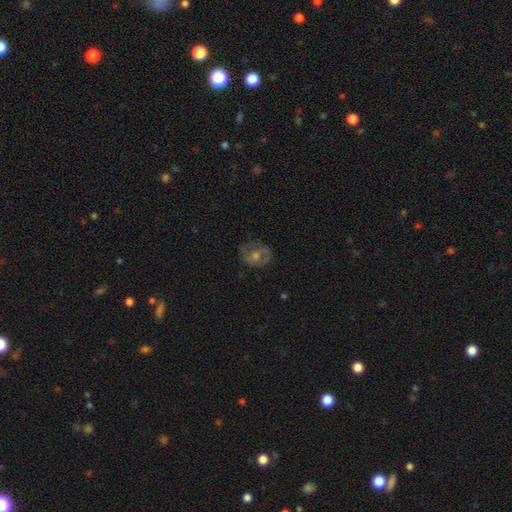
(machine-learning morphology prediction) A featured or disk galaxy (61%) with no bar (65%), spiral arms (64%) and a moderate central bulge (68%). Merging: none (79%).